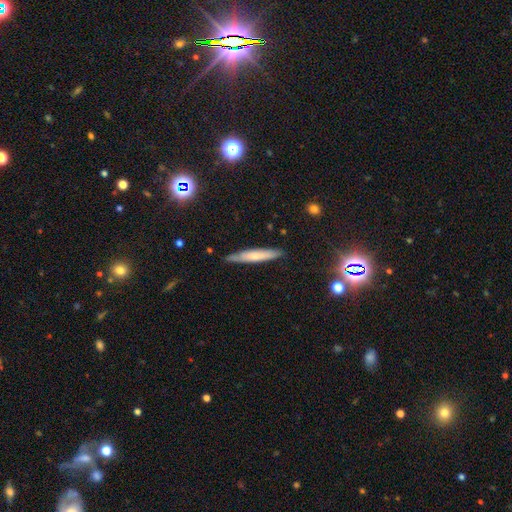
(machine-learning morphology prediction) Smooth or featured?
  - smooth: 59% *
  - featured or disk: 34%
  - star or artifact: 7%
How rounded?
  - cigar-shaped: 91% *
  - in between: 8%
  - round: 1%
Merging?
  - none: 82% *
  - minor disturbance: 14%
  - major disturbance: 2%
  - merger: 2%